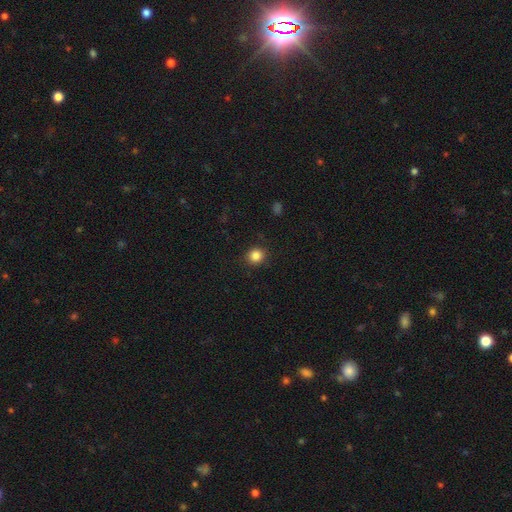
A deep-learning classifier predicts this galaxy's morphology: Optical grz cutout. It shows a smooth galaxy with no disk features (85%) that is round (88%). Merging: none (90%).